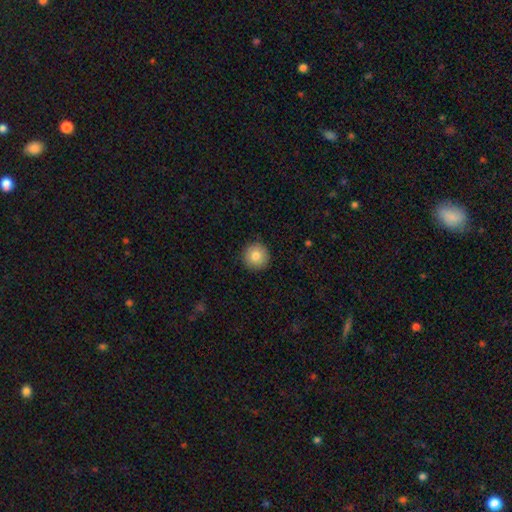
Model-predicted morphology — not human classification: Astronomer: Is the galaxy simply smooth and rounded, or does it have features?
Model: smooth — 83%.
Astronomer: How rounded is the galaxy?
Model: round — 96%.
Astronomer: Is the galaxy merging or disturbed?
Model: none — 91%.